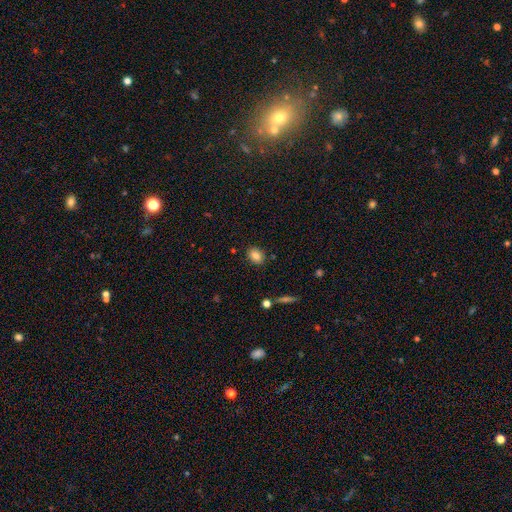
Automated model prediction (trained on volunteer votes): The model was most divided on "how rounded": in between: 63%, round: 36%, cigar-shaped: 1%. More confident: merging — none (85%); smooth or featured — smooth (83%).